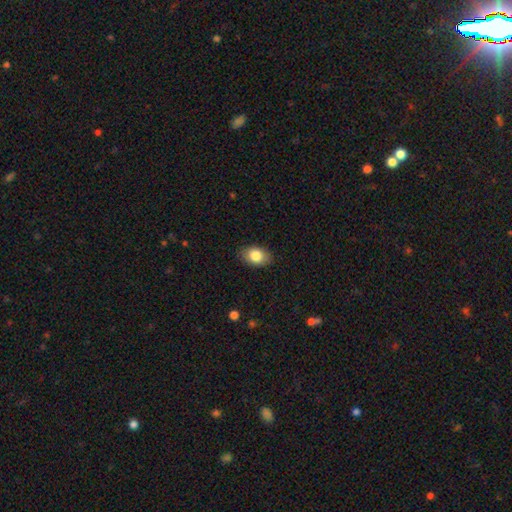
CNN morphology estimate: A smooth galaxy with no disk features (83%) that is in between round and cigar-shaped (84%). Merging: none (87%).